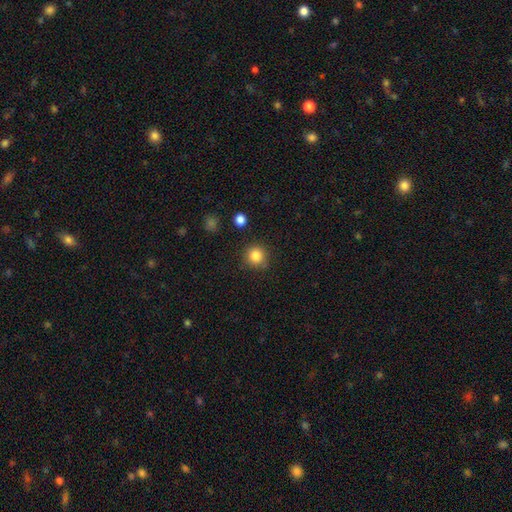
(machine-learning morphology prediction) smooth 85%, star or artifact 11%, featured or disk 5%. Down the decision tree: how rounded — round (92%); merging — none (86%).